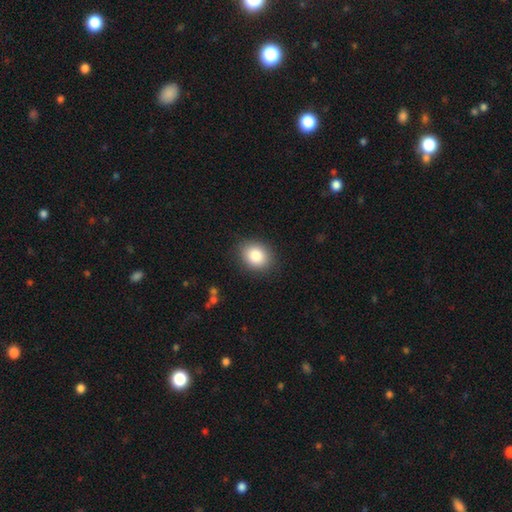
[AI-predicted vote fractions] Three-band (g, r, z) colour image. It shows a smooth galaxy with no disk features (86%) that is round (52%). Merging: none (86%).